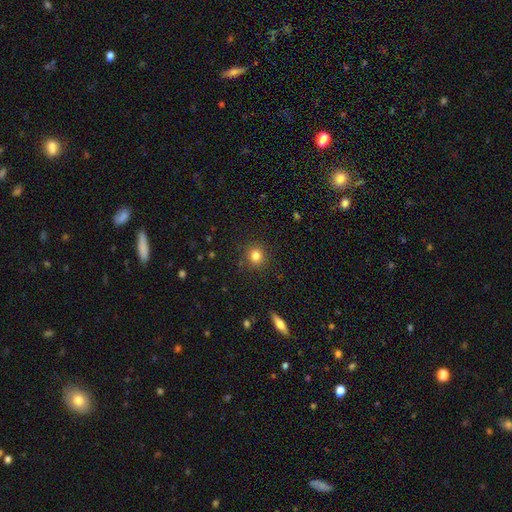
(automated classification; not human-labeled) This appears to be a smooth galaxy with no disk features (82%) that is round (90%). Merging: none (88%).